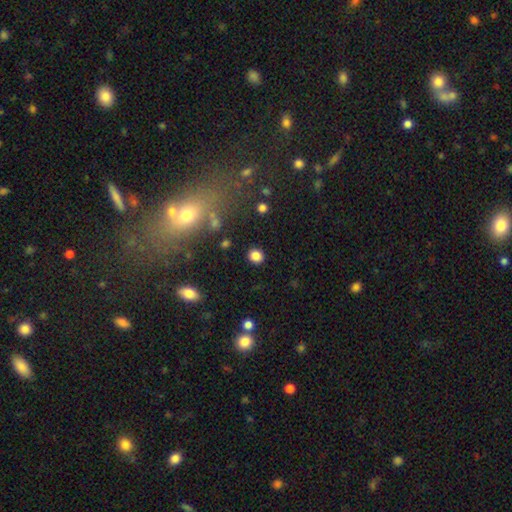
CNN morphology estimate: Overall: smooth (84%). How rounded: round (77%). Merging: none (89%).